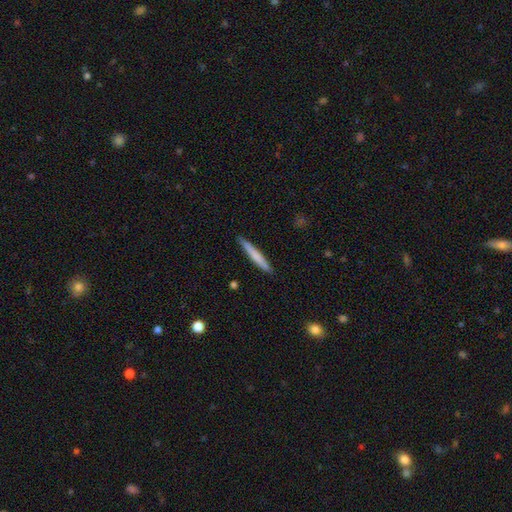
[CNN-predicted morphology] type=smooth (67%); roundness=cigar-shaped (96%); merging=none (90%).